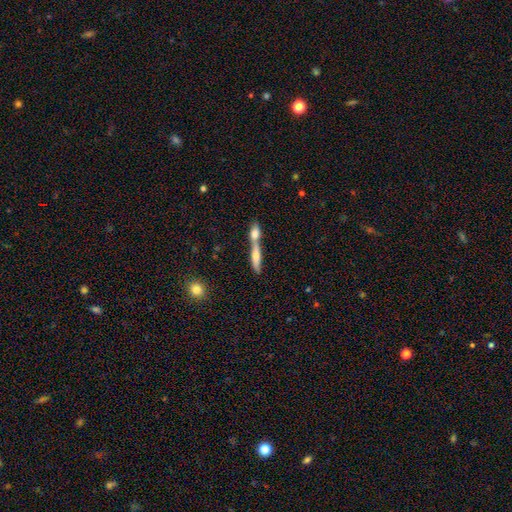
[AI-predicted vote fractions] smooth 57%, featured or disk 34%, star or artifact 9%. Down the decision tree: how rounded — cigar-shaped (73%); merging — merger (53%).